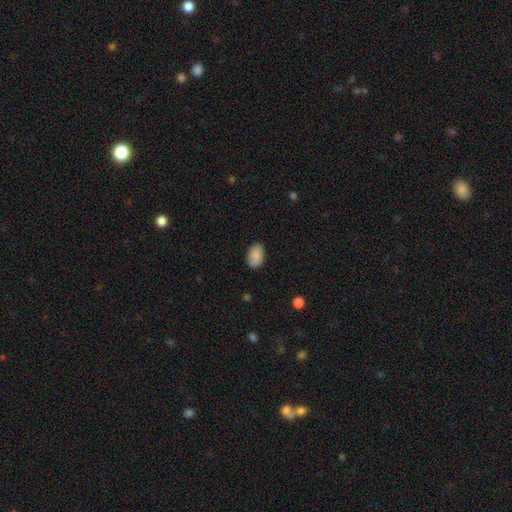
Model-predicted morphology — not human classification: The model was most divided on "merging": none: 83%, minor disturbance: 13%, major disturbance: 2%, merger: 1%. More confident: how rounded — in between (88%); smooth or featured — smooth (86%).